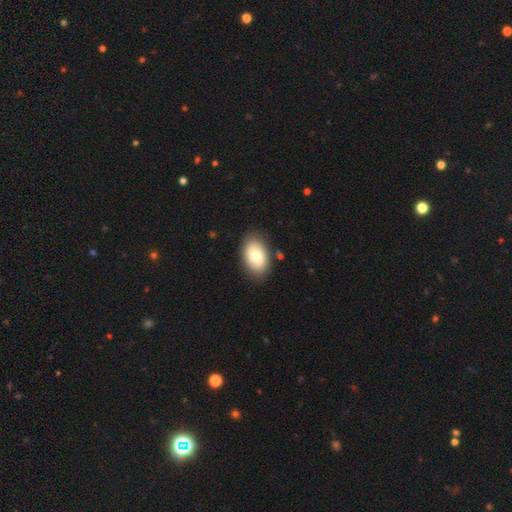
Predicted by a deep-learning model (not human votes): Smooth or featured?
  - smooth: 72% *
  - featured or disk: 22%
  - star or artifact: 7%
How rounded?
  - in between: 90% *
  - round: 9%
  - cigar-shaped: 1%
Merging?
  - none: 84% *
  - minor disturbance: 11%
  - major disturbance: 3%
  - merger: 2%